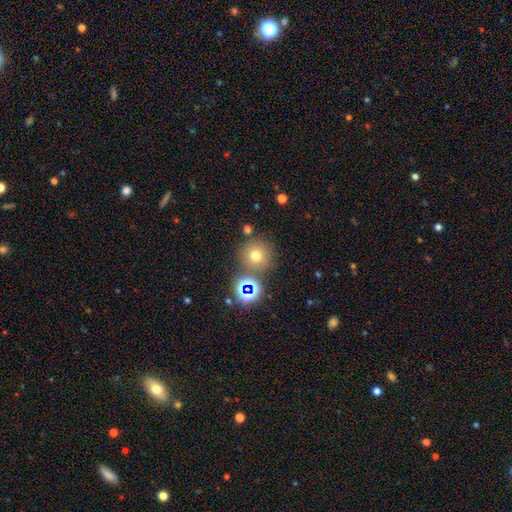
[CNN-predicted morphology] A smooth galaxy with no disk features (67%) that is round (94%).

Vote fractions:
- Smooth or featured? smooth: 67% / star or artifact: 23% / featured or disk: 10%
- How rounded? round: 94% / in between: 5% / cigar-shaped: 1%
- Merging? none: 79% / merger: 10% / minor disturbance: 8% / major disturbance: 4%